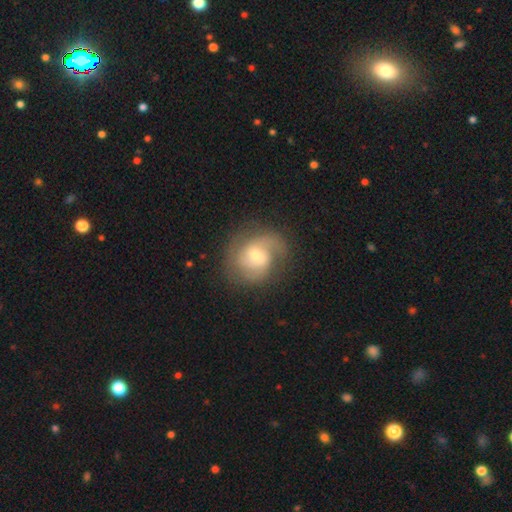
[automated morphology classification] smooth-or-featured: featured or disk: 74% | smooth: 19% | star or artifact: 7%
  disk-edge-on: no: 98% | yes: 2%
    bar: no: 45% (tied) | weak: 45% (tied) | strong: 9%
    has-spiral-arms: yes: 92% | no: 8%
      spiral-winding: medium: 46% | tight: 31% | loose: 23%
      spiral-arm-count: 2: 55% | can't tell: 16% | 1: 15% | 3: 10% | 4: 2% | more than 4: 2%
    bulge-size: small: 48% | moderate: 46% | large: 3% | none: 1% | dominant: 1%
  merging: none: 67% | minor disturbance: 19% | major disturbance: 12% | merger: 2%